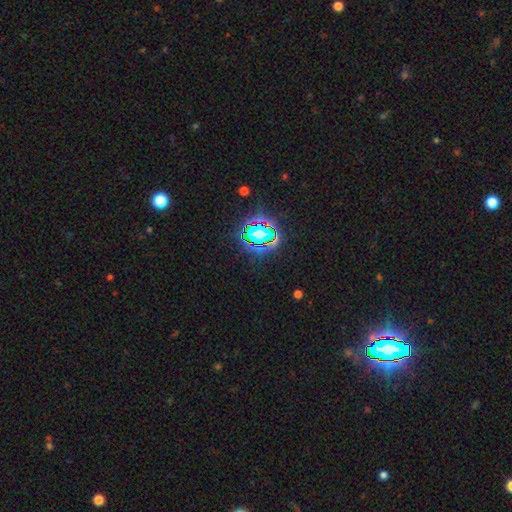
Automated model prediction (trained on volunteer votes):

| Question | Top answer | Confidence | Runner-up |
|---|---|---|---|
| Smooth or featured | star or artifact | 82% | smooth (11%) |